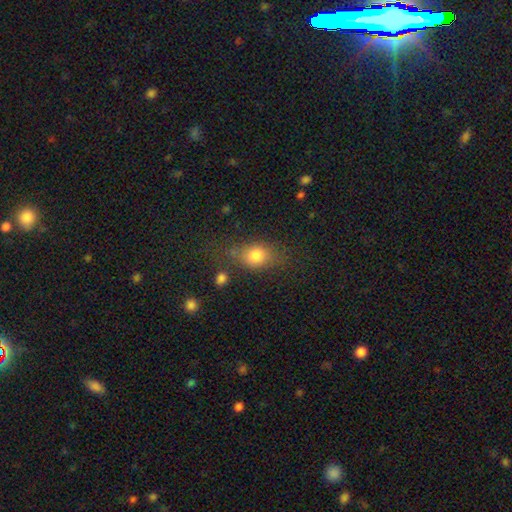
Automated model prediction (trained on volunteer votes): Smooth or featured? smooth (79%)
How rounded? in between (61%)
Merging? none (62%)